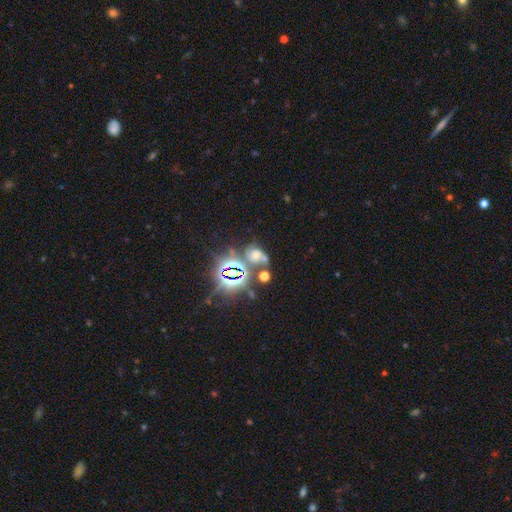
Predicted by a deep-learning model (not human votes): Smooth or featured: star or artifact — 48% (smooth — 31%)